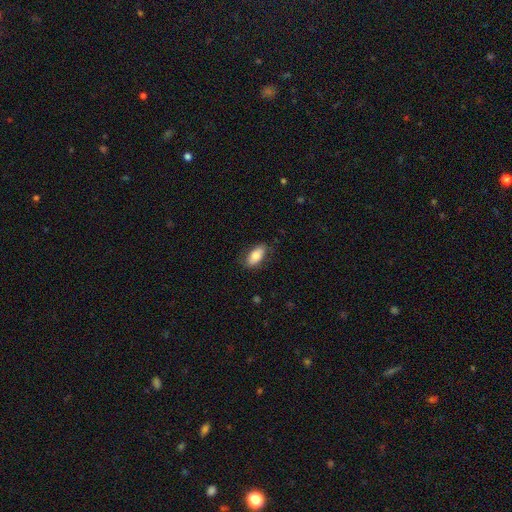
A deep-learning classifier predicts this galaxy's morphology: Smooth or featured? Predicted: smooth (p=0.78). How rounded? Predicted: in between (p=0.89). Merging? Predicted: none (p=0.76).